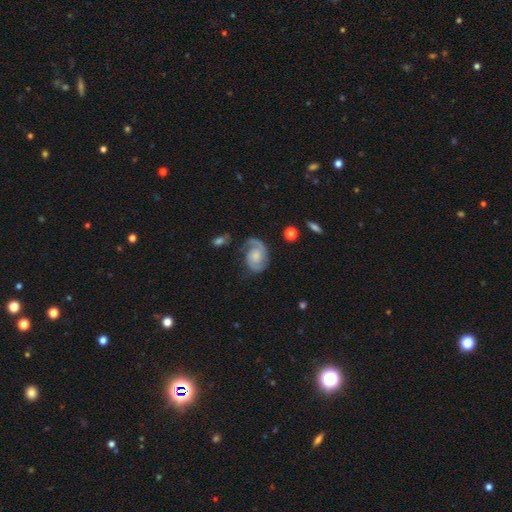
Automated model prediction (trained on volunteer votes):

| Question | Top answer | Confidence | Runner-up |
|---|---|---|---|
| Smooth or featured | featured or disk | 78% | smooth (16%) |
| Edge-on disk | no | 97% | yes (3%) |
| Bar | no | 70% | weak (26%) |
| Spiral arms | yes | 94% | no (6%) |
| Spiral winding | medium | 43% | tight (37%) |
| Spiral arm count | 2 | 60% | 1 (31%) |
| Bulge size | moderate | 39% | small (32%) |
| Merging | none | 56% | minor disturbance (23%) |